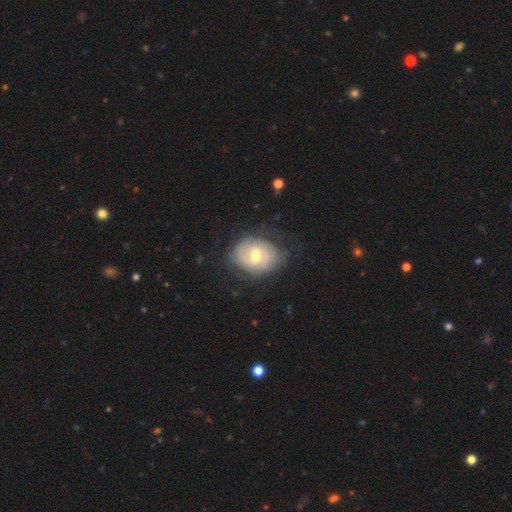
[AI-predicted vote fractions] The model was most divided on "bar": weak: 46%, no: 44%, strong: 10%. Remaining: edge-on disk — no (97%); spiral arms — yes (84%); smooth or featured — featured or disk (70%); merging — none (69%); bulge size — moderate (63%); spiral winding — tight (55%); spiral arm count — 2 (48%).